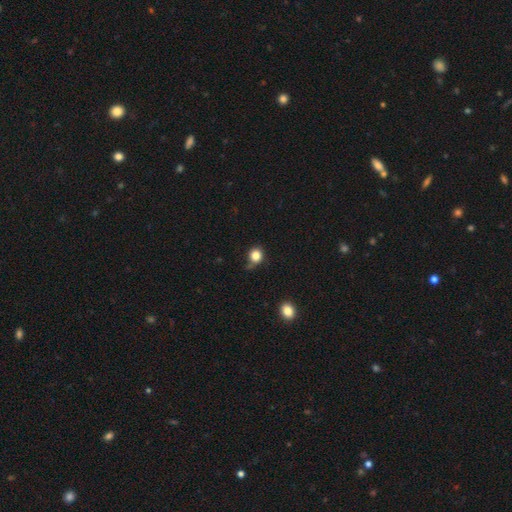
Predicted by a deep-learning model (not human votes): This appears to be a smooth galaxy with no disk features (82%) that is round (84%). Merging: none (66%).